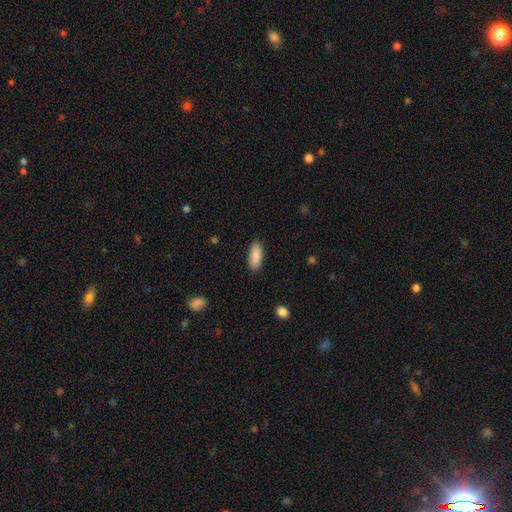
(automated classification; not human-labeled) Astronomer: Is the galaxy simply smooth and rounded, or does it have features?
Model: smooth — 88%.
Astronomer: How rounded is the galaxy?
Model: in between — 77%.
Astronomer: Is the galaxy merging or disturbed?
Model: none — 88%.